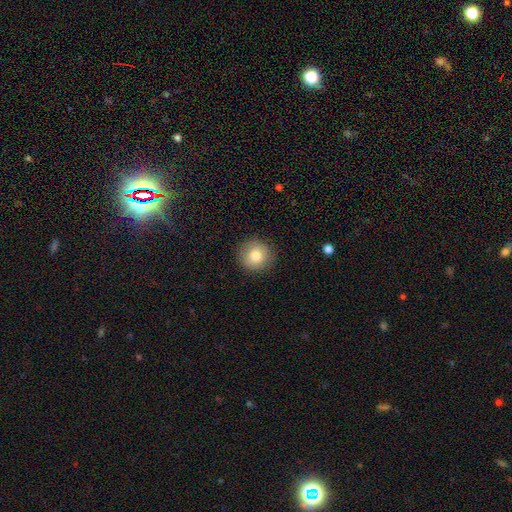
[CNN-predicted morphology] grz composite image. It shows a smooth galaxy with no disk features (80%) that is round (93%). Merging: none (89%).